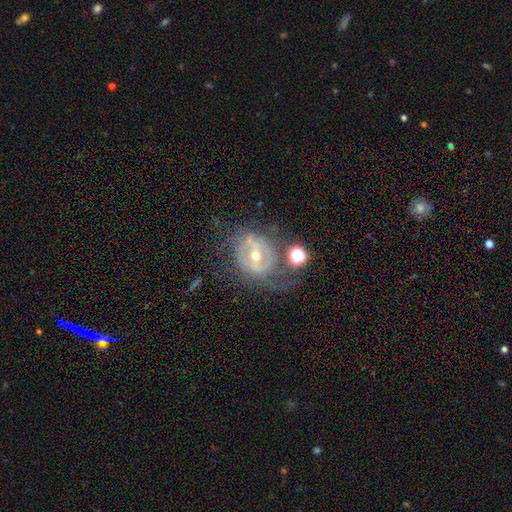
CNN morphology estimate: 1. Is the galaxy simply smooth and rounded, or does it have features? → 77% featured or disk, 14% smooth, 9% star or artifact.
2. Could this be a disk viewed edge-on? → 95% no, 5% yes.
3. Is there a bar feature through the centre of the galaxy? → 41% strong, 37% weak, 22% no.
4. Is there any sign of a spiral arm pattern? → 64% yes, 36% no.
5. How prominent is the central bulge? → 53% moderate, 43% small, 2% large, 1% none, 1% dominant.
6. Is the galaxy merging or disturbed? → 49% none, 22% minor disturbance, 21% major disturbance, 8% merger.